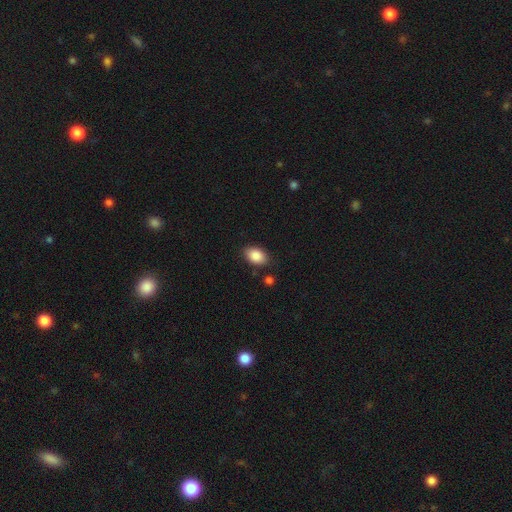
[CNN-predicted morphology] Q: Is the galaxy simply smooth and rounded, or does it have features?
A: smooth — 88%.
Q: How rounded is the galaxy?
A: in between — 88%.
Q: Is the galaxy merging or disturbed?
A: none — 83%.